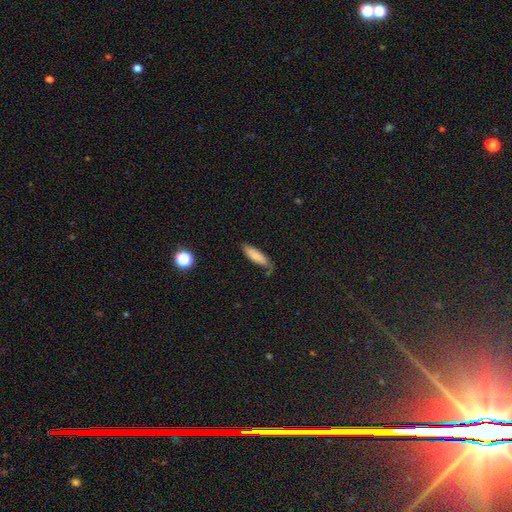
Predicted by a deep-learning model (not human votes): This is clearly a smooth galaxy (81%). How rounded: possibly cigar-shaped (58%). Merging: likely none (65%).